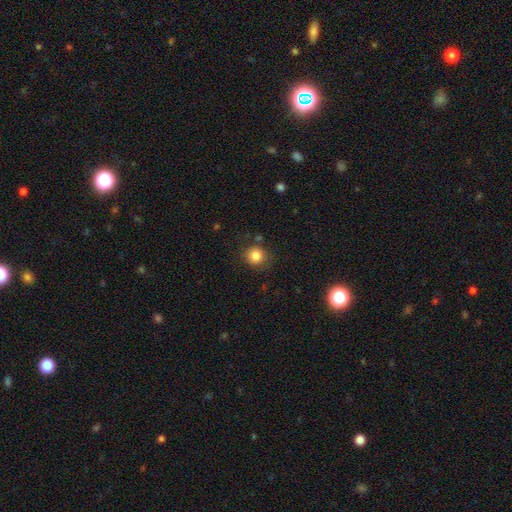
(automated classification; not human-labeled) Smooth or featured: smooth — 84% (star or artifact — 11%)
How rounded: round — 90% (in between — 9%)
Merging: none — 83% (minor disturbance — 10%)